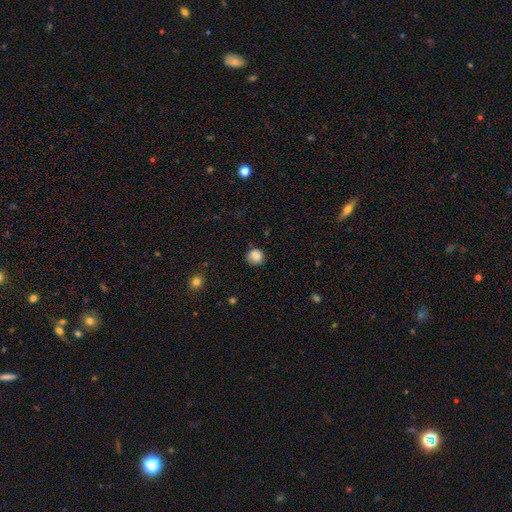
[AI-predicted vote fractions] smooth 86%, star or artifact 10%, featured or disk 4%. Down the decision tree: how rounded — round (89%); merging — none (81%).